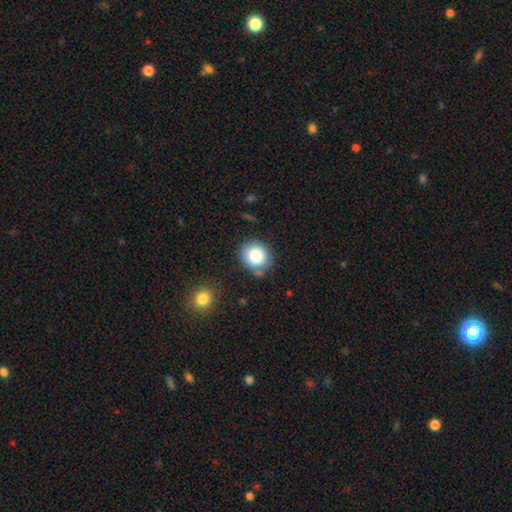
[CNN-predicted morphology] Smooth or featured? smooth (81%)
How rounded? round (75%)
Merging? none (79%)